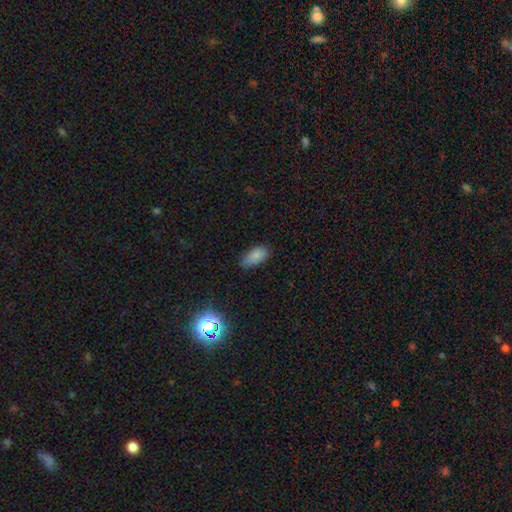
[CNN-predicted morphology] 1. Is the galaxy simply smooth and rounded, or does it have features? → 84% smooth, 10% star or artifact, 6% featured or disk.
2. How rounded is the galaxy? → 91% in between, 6% cigar-shaped, 3% round.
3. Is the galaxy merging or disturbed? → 72% none, 23% minor disturbance, 4% major disturbance, 1% merger.